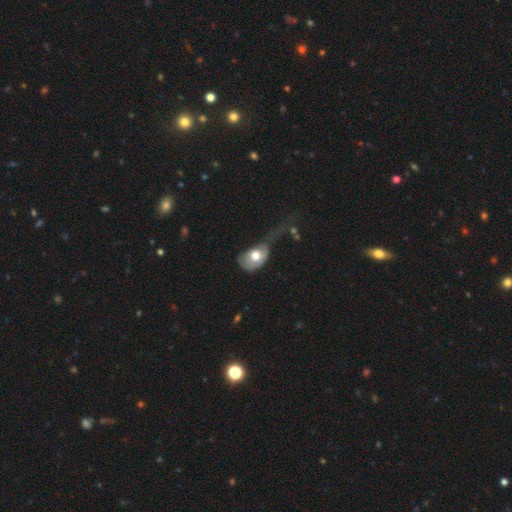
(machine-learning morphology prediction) smooth 62%, featured or disk 31%, star or artifact 7%. Down the decision tree: how rounded — in between (77%); merging — major disturbance (52%).